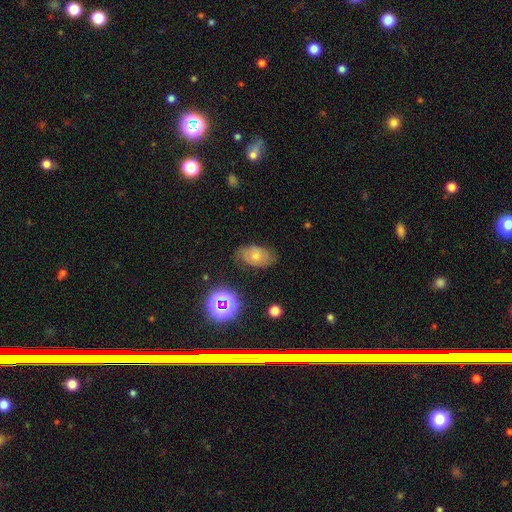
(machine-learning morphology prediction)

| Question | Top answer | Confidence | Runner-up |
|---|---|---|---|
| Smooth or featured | smooth | 42% | featured or disk (39%) |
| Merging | none | 76% | minor disturbance (18%) |